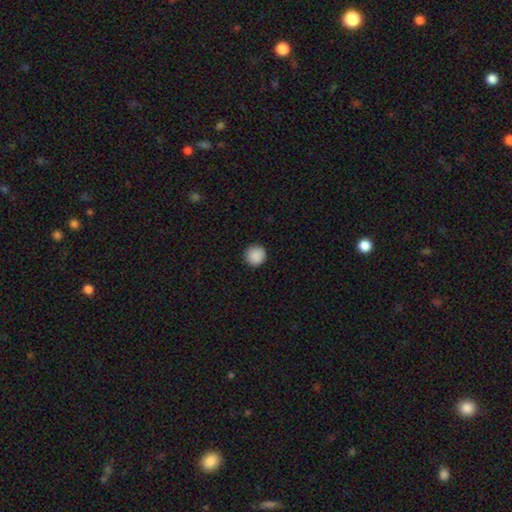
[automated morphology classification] type=smooth (89%); roundness=round (96%); merging=none (92%).